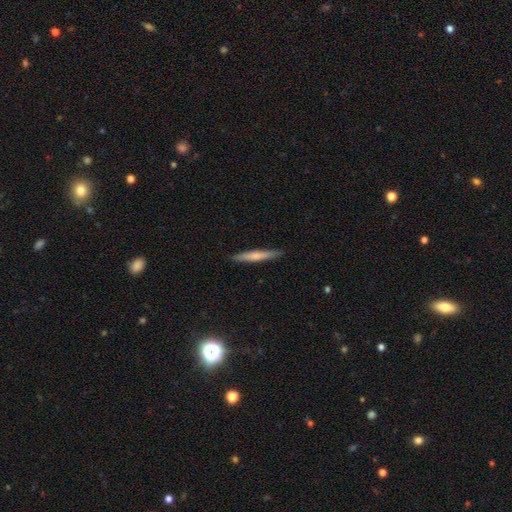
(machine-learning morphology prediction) Smooth or featured? smooth (62%)
How rounded? cigar-shaped (94%)
Merging? none (90%)